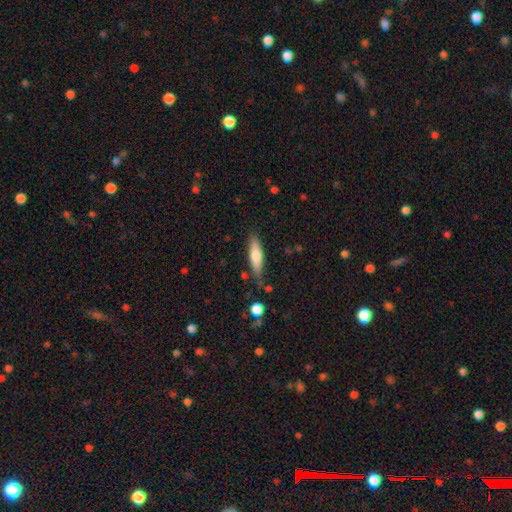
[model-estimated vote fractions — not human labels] A smooth galaxy with no disk features (66%) that is cigar-shaped (66%). Merging: none (74%).